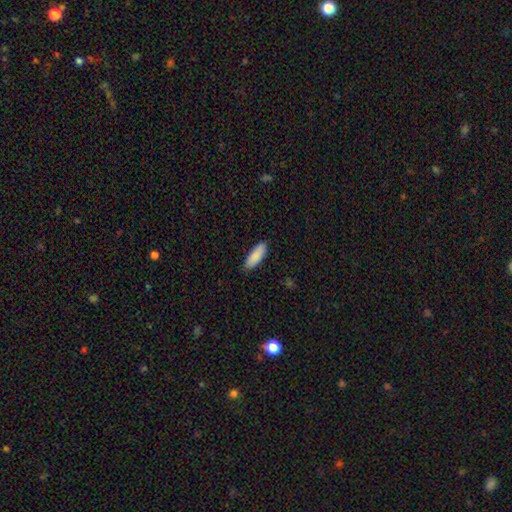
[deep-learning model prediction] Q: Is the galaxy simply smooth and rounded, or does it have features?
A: smooth — 89%.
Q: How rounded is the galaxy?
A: in between — 63%.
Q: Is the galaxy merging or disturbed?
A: none — 87%.